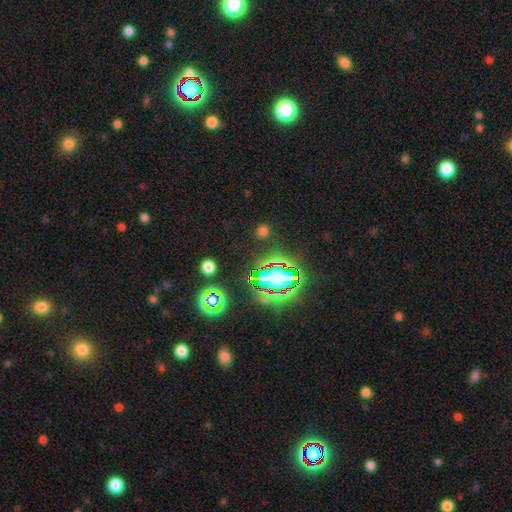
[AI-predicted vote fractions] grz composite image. It shows a star or artifact, not a galaxy (79%).